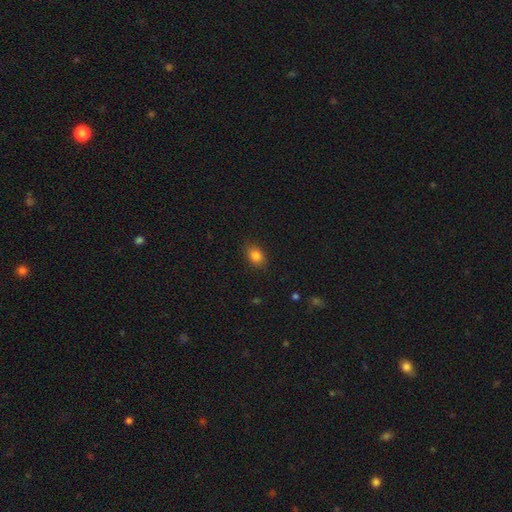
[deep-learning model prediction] A smooth galaxy with no disk features (83%) that is in between round and cigar-shaped (70%).

Vote fractions:
- Smooth or featured? smooth: 83% / star or artifact: 11% / featured or disk: 6%
- How rounded? in between: 70% / round: 29% / cigar-shaped: 1%
- Merging? none: 86% / minor disturbance: 11% / major disturbance: 3% / merger: 1%